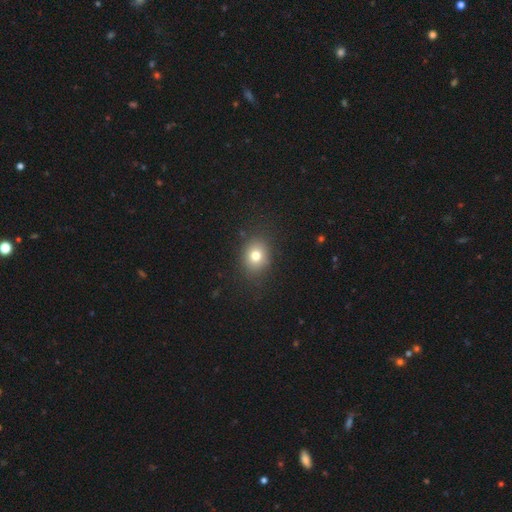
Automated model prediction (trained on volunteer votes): smooth_or_featured: smooth (p=0.76) [alt: star or artifact p=0.13]
how_rounded: round (p=0.59) [alt: in between p=0.40]
merging: none (p=0.85) [alt: minor disturbance p=0.10]